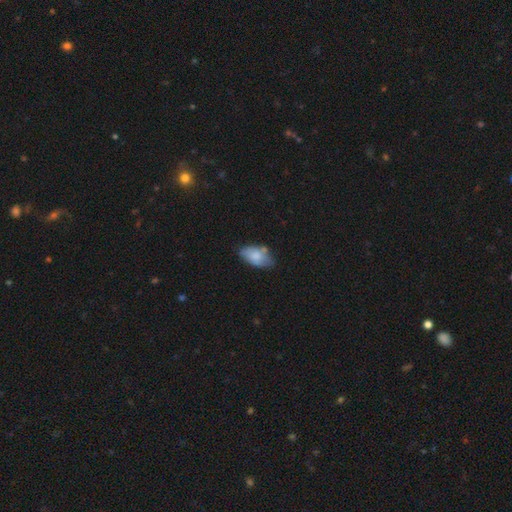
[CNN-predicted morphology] The model was most divided on "merging": none: 53%, minor disturbance: 33%, major disturbance: 8%, merger: 7%. More confident: how rounded — in between (93%); smooth or featured — smooth (71%).